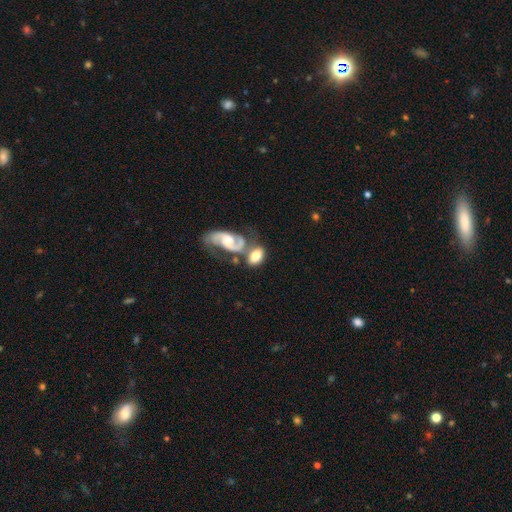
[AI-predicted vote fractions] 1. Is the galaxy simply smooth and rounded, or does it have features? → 51% smooth, 42% featured or disk, 7% star or artifact.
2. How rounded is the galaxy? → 85% in between, 12% round, 3% cigar-shaped.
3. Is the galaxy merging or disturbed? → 40% merger, 38% none, 14% minor disturbance, 7% major disturbance.